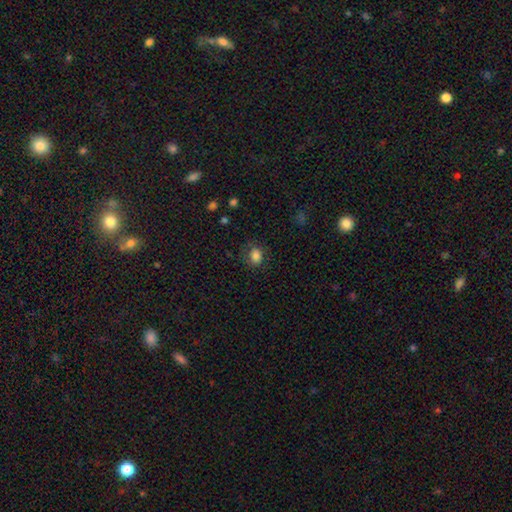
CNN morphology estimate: smooth-or-featured: smooth: 83% | star or artifact: 11% | featured or disk: 7%
  how-rounded: in between: 53% | round: 46% | cigar-shaped: 1%
  merging: none: 73% | minor disturbance: 18% | major disturbance: 8% | merger: 1%